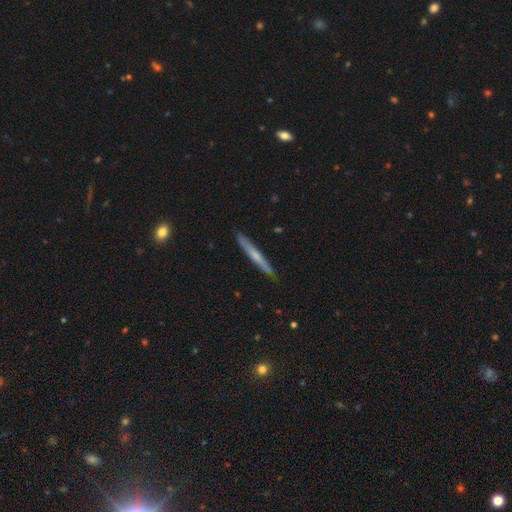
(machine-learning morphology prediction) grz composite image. It shows a smooth galaxy with no disk features (50%) that is cigar-shaped (96%). Merging: none (89%).